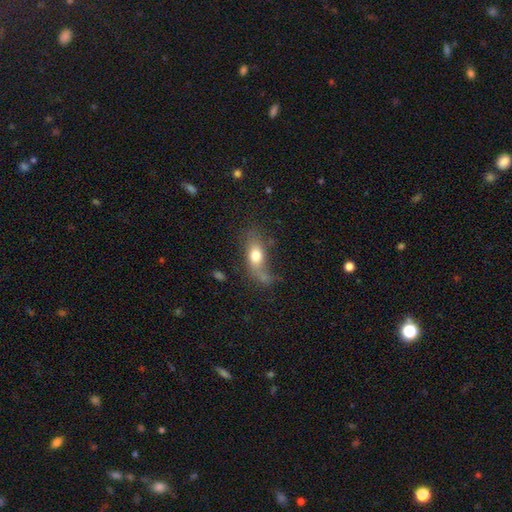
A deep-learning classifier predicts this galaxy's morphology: Smooth or featured?
  - smooth: 69% *
  - featured or disk: 22%
  - star or artifact: 9%
How rounded?
  - in between: 75% *
  - cigar-shaped: 15%
  - round: 10%
Merging?
  - none: 44% *
  - minor disturbance: 26%
  - major disturbance: 21%
  - merger: 10%